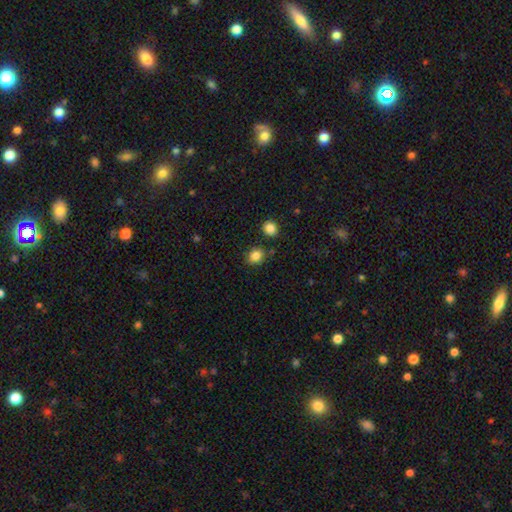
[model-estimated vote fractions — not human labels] This appears to be a smooth galaxy with no disk features (84%) that is round (71%). Merging: none (80%).